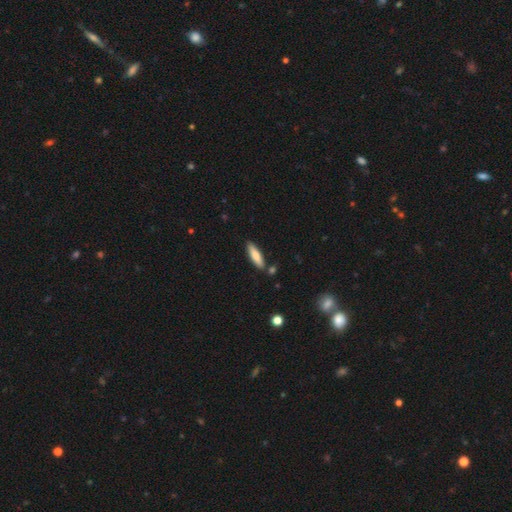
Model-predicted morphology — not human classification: smooth_or_featured: smooth (p=0.77) [alt: featured or disk p=0.17]
how_rounded: cigar-shaped (p=0.62) [alt: in between p=0.37]
merging: none (p=0.83) [alt: minor disturbance p=0.11]